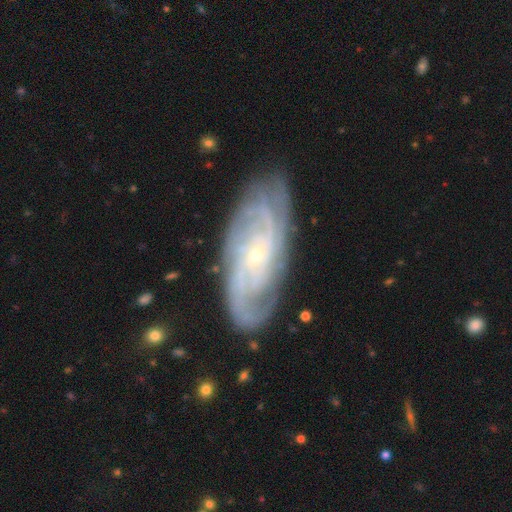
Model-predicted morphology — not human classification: Q: Smooth or featured?
A: featured or disk (87%); runner-up: smooth (8%)
Q: Edge-on disk?
A: no (94%); runner-up: yes (6%)
Q: Bar?
A: no (66%); runner-up: weak (26%)
Q: Spiral arms?
A: yes (97%); runner-up: no (3%)
Q: Spiral winding?
A: tight (61%); runner-up: medium (31%)
Q: Spiral arm count?
A: can't tell (29%); runner-up: 2 (23%)
Q: Bulge size?
A: small (83%); runner-up: moderate (13%)
Q: Merging?
A: none (80%); runner-up: minor disturbance (15%)